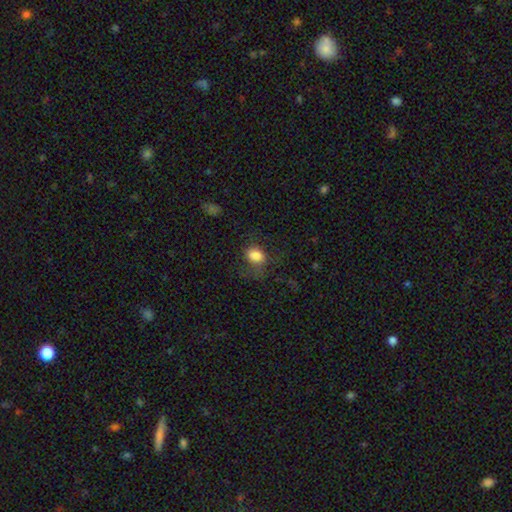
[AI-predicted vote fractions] This is clearly a smooth galaxy (80%). How rounded: possibly in between (57%). Merging: possibly none (50%).